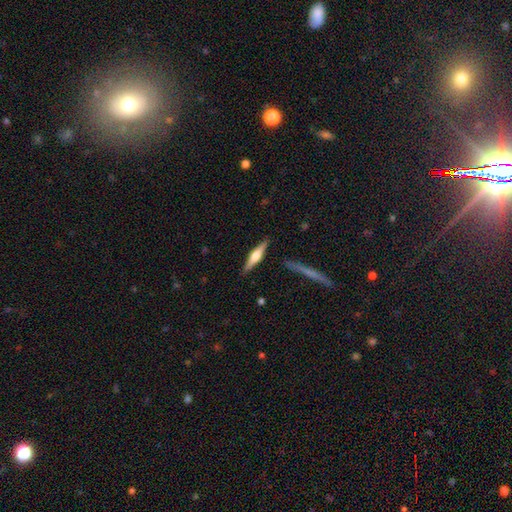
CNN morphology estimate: A featured or disk galaxy (59%) viewed edge-on (97%) with a rounded central bulge (85%).

Vote fractions:
- Smooth or featured? featured or disk: 59% / smooth: 35% / star or artifact: 5%
- Edge-on disk? yes: 97% / no: 3%
- Edge-on bulge? rounded: 85% / boxy: 11% / none: 4%
- Merging? none: 87% / minor disturbance: 9% / merger: 2% / major disturbance: 2%